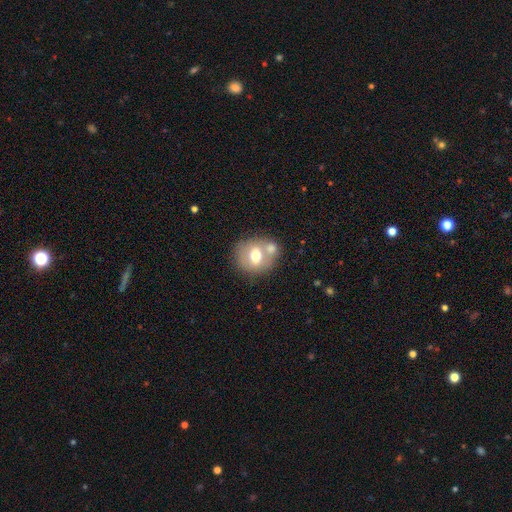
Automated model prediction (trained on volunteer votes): This is likely a smooth galaxy (61%). How rounded: likely round (72%). Merging: possibly none (49%).